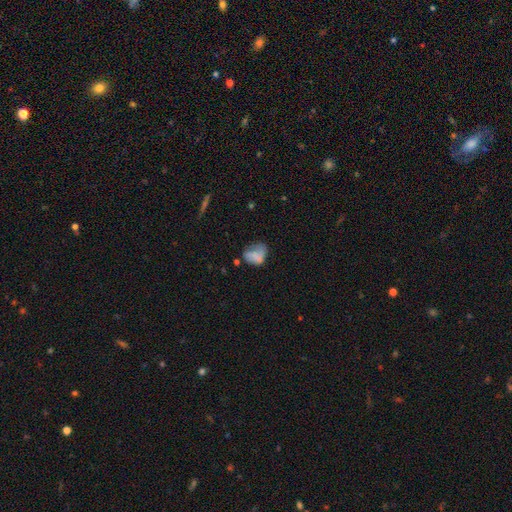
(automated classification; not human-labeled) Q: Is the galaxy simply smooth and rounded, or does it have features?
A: smooth — 66%.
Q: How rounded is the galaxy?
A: in between — 67%.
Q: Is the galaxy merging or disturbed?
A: minor disturbance — 35%.